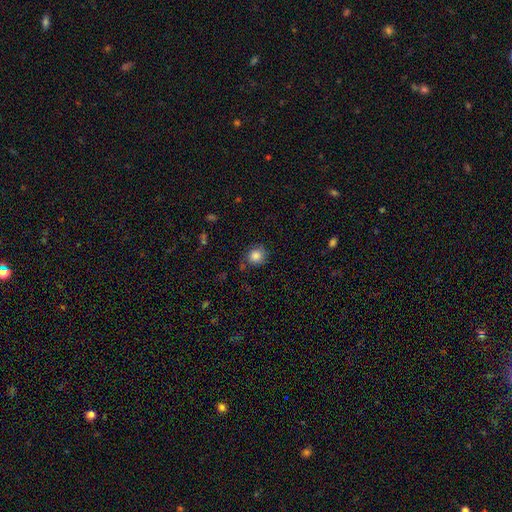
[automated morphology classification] smooth 82%, star or artifact 10%, featured or disk 8%. Down the decision tree: how rounded — round (86%); merging — none (75%).